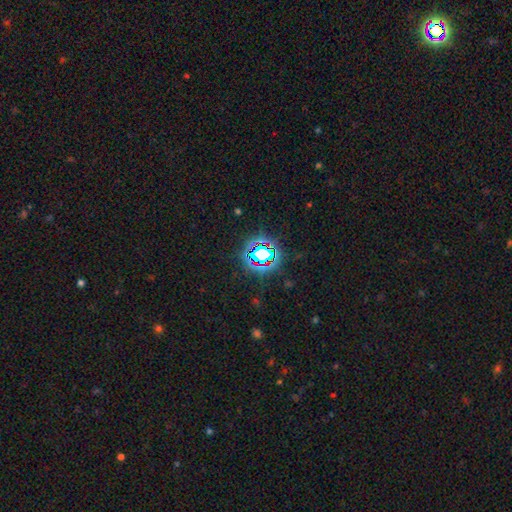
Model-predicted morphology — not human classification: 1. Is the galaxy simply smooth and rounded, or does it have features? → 78% star or artifact, 14% smooth, 8% featured or disk.